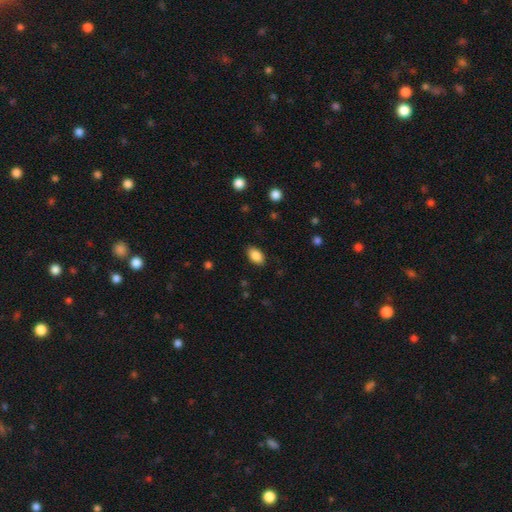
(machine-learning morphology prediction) This is clearly a smooth galaxy (88%). How rounded: clearly in between (92%). Merging: clearly none (87%).